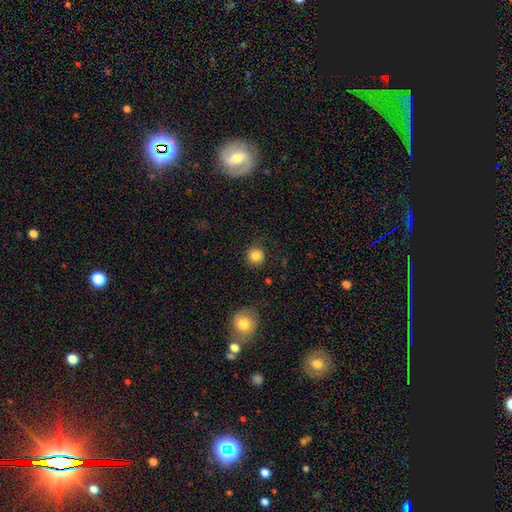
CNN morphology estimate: smooth_or_featured: smooth (p=0.84) [alt: star or artifact p=0.11]
how_rounded: round (p=0.92) [alt: in between p=0.07]
merging: none (p=0.84) [alt: minor disturbance p=0.10]